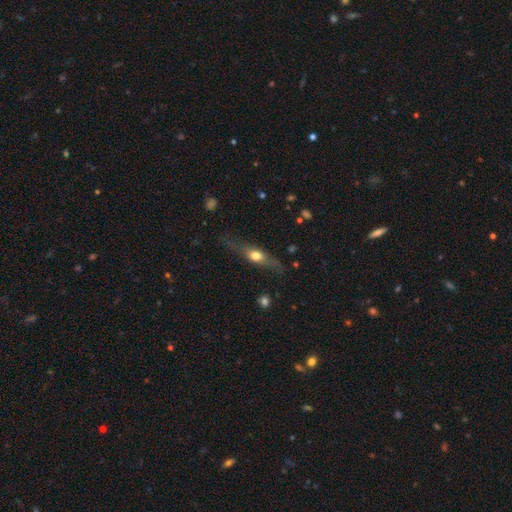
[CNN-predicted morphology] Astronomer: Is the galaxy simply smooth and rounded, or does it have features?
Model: featured or disk — 49% (runner-up: smooth, 44%).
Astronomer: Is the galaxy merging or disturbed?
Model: none — 68%.